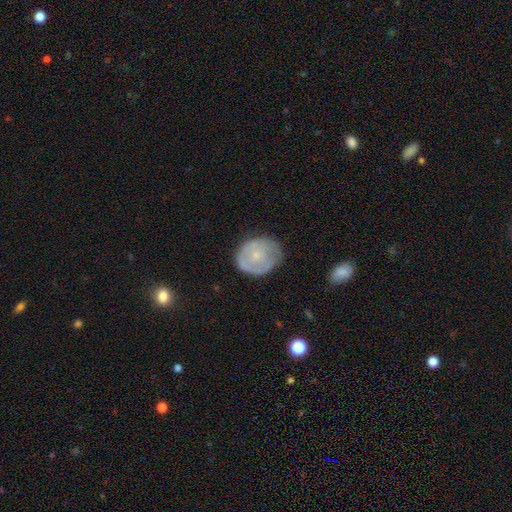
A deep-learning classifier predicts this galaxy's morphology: Smooth or featured? smooth (52%)
How rounded? round (56%)
Merging? none (63%)